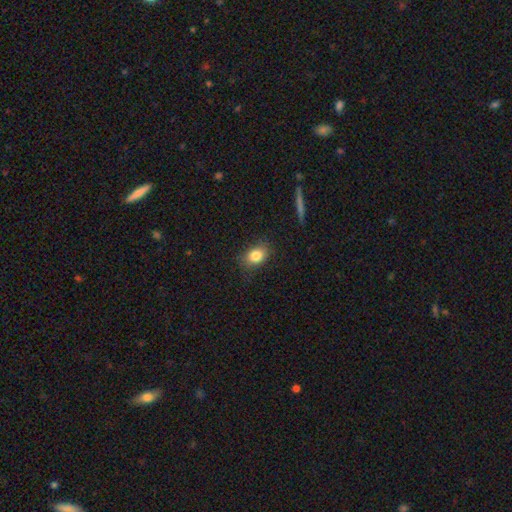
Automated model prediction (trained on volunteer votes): A smooth galaxy with no disk features (82%) that is in between round and cigar-shaped (64%).

Vote fractions:
- Smooth or featured? smooth: 82% / star or artifact: 10% / featured or disk: 8%
- How rounded? in between: 64% / round: 34% / cigar-shaped: 1%
- Merging? none: 80% / minor disturbance: 15% / major disturbance: 4% / merger: 1%